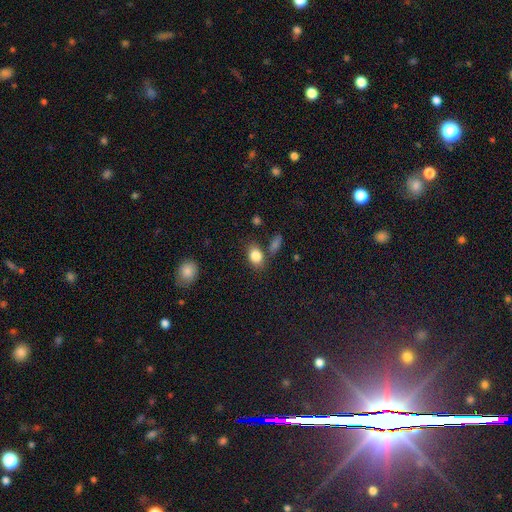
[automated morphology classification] This appears to be a smooth galaxy with no disk features (85%) that is in between round and cigar-shaped (71%). Merging: none (70%).